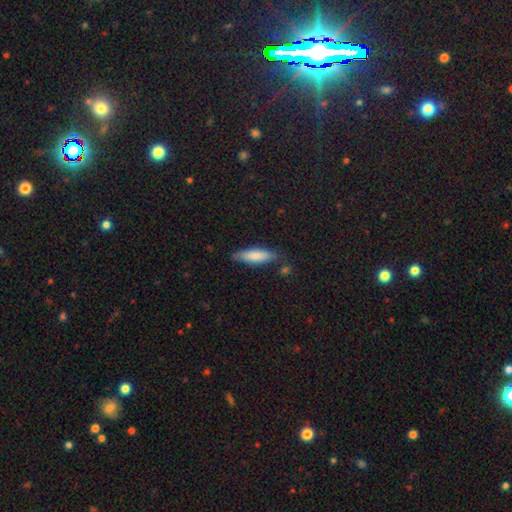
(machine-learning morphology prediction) Q: Smooth or featured?
A: smooth (77%); runner-up: featured or disk (17%)
Q: How rounded?
A: cigar-shaped (60%); runner-up: in between (38%)
Q: Merging?
A: none (76%); runner-up: minor disturbance (18%)